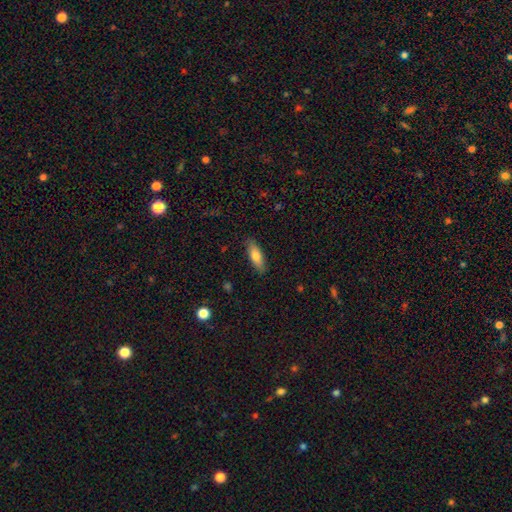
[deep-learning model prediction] The model was most divided on "how rounded": in between: 60%, cigar-shaped: 38%, round: 2%. More confident: merging — none (87%); smooth or featured — smooth (77%).